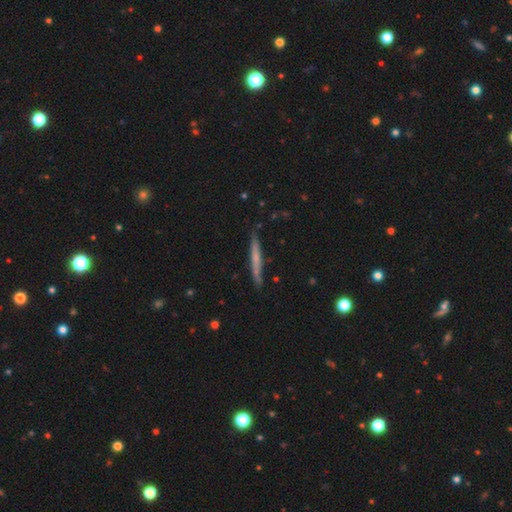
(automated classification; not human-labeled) Smooth or featured?
  - featured or disk: 48% *
  - smooth: 45%
  - star or artifact: 7%
Merging?
  - none: 87% *
  - minor disturbance: 10%
  - major disturbance: 2%
  - merger: 1%